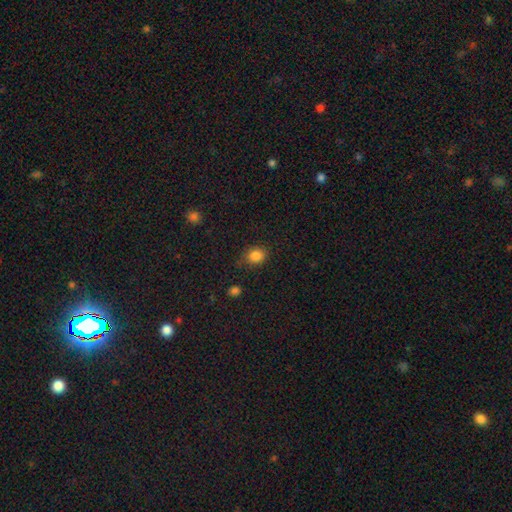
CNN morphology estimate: Smooth or featured?
  - smooth: 84% *
  - star or artifact: 11%
  - featured or disk: 4%
How rounded?
  - round: 61% *
  - in between: 38%
  - cigar-shaped: 1%
Merging?
  - none: 74% *
  - minor disturbance: 19%
  - major disturbance: 5%
  - merger: 2%